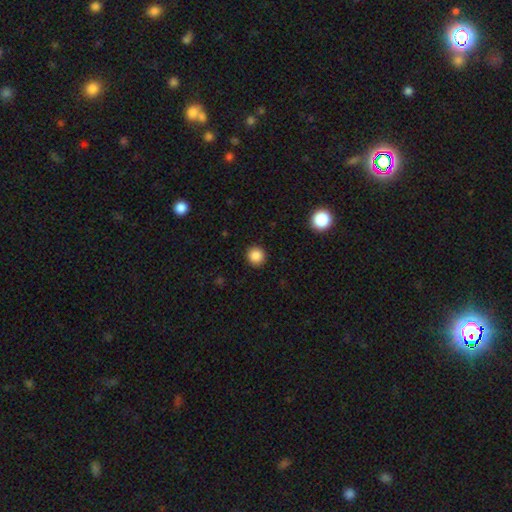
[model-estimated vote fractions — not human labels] Morphology: type=smooth (87%); roundness=round (94%); merging=none (92%).